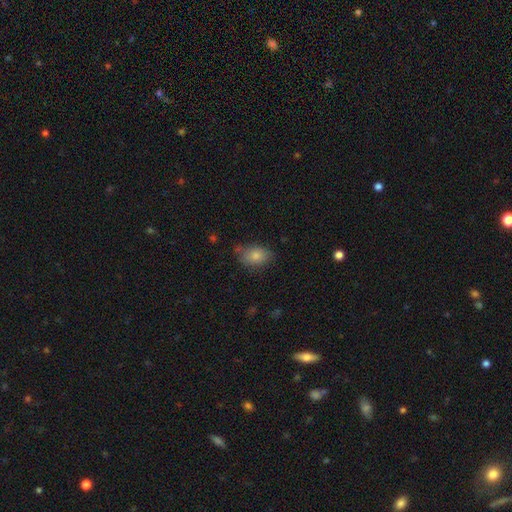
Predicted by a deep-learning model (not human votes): Smooth or featured?
  - smooth: 81% *
  - featured or disk: 10%
  - star or artifact: 9%
How rounded?
  - in between: 84% *
  - round: 15%
  - cigar-shaped: 2%
Merging?
  - none: 71% *
  - minor disturbance: 21%
  - major disturbance: 5%
  - merger: 3%